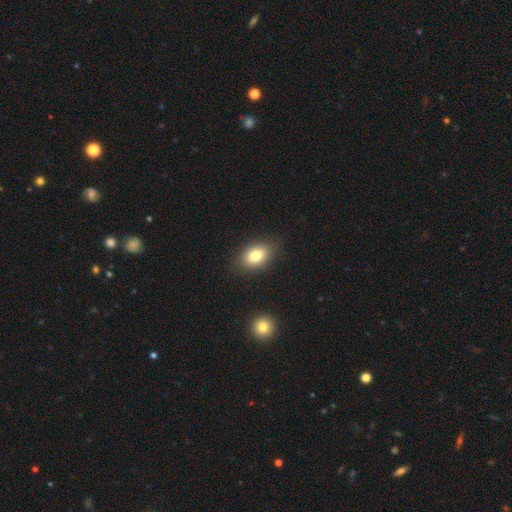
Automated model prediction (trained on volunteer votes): Morphology: type=smooth (80%); roundness=in between (78%); merging=none (86%).